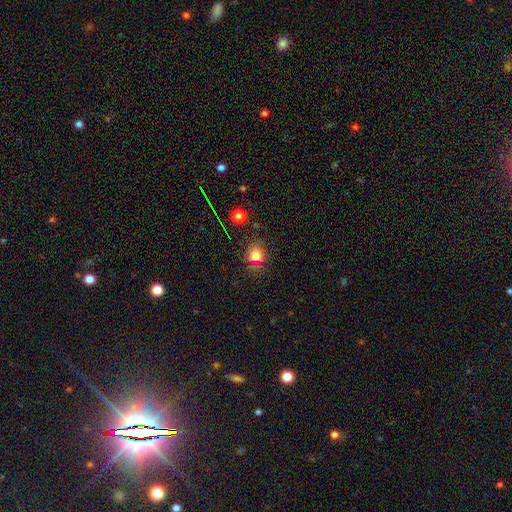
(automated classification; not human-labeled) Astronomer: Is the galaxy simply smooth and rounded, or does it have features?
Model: smooth — 75%.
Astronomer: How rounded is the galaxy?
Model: round — 59% (runner-up: in between, 39%).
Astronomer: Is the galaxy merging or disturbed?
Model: none — 74%.